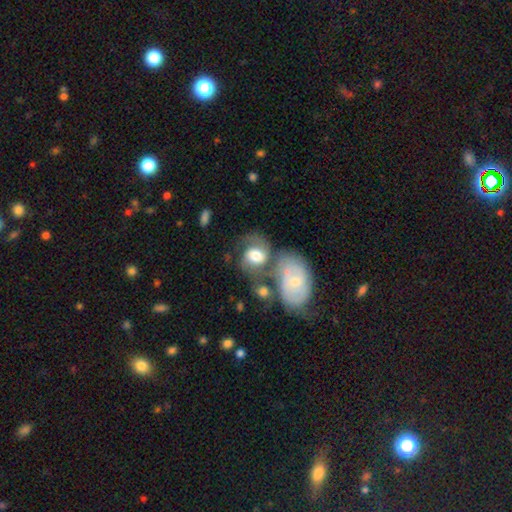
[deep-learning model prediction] A featured or disk galaxy (63%) with no bar (54%), 2 (78%) medium (50%) spiral arms (87%) and a moderate central bulge (53%).

Vote fractions:
- Smooth or featured? featured or disk: 63% / smooth: 30% / star or artifact: 7%
- Edge-on disk? no: 97% / yes: 3%
- Bar? no: 54% / weak: 36% / strong: 9%
- Spiral arms? yes: 87% / no: 13%
- Spiral winding? medium: 50% / tight: 27% / loose: 24%
- Spiral arm count? 2: 78% / can't tell: 9% / 1: 8% / 3: 3% / 4: 1% / more than 4: 1%
- Bulge size? moderate: 53% / large: 29% / small: 13% / dominant: 3% / none: 3%
- Merging? merger: 37% / none: 34% / minor disturbance: 15% / major disturbance: 14%